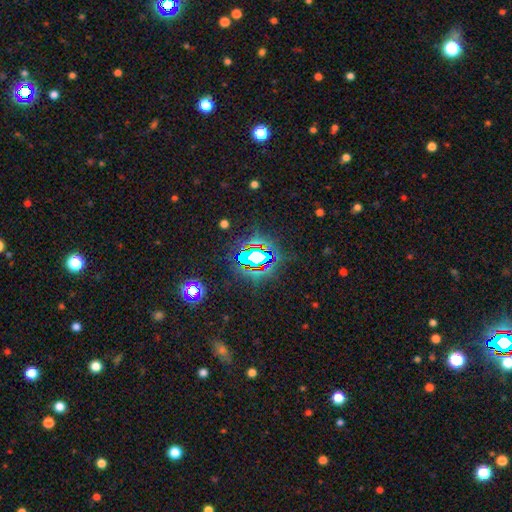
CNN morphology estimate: Smooth or featured? star or artifact (74%)